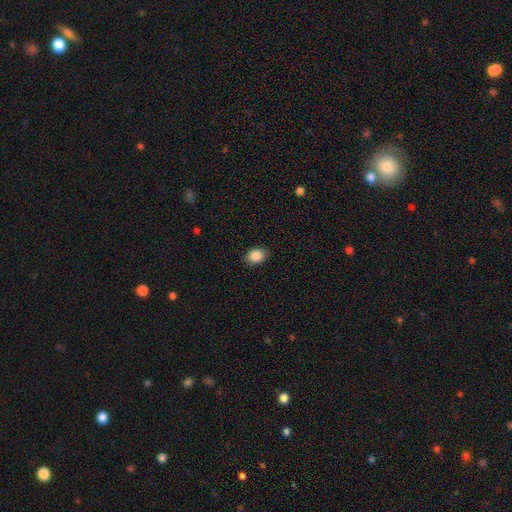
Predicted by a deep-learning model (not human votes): This appears to be a smooth galaxy with no disk features (87%) that is in between round and cigar-shaped (58%). Merging: none (84%).